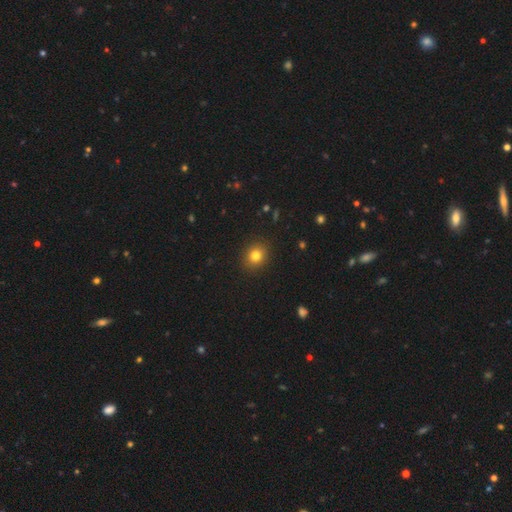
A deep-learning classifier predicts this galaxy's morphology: Smooth or featured: smooth — 79% (star or artifact — 13%)
How rounded: round — 77% (in between — 22%)
Merging: none — 91% (minor disturbance — 6%)